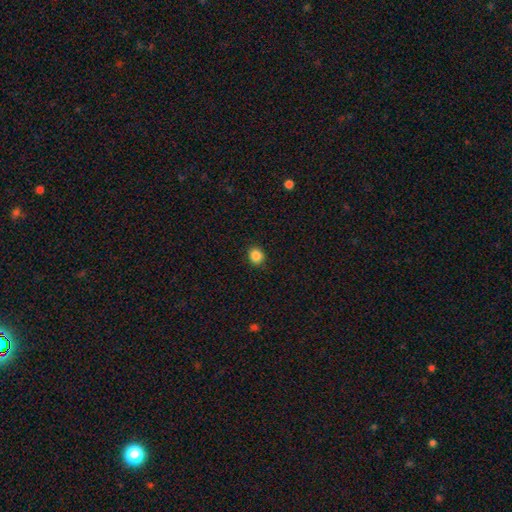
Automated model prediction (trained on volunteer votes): Smooth or featured?
  - smooth: 86% *
  - star or artifact: 11%
  - featured or disk: 3%
How rounded?
  - round: 84% *
  - in between: 15%
  - cigar-shaped: 1%
Merging?
  - none: 90% *
  - minor disturbance: 7%
  - major disturbance: 2%
  - merger: 1%